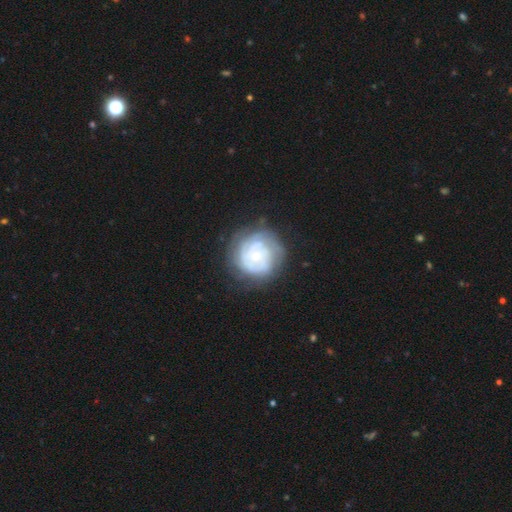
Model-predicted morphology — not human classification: Overall: featured or disk (67%). Edge-on disk: no (98%). Bar: no (77%). Spiral arms: yes (77%). Spiral arm count: can't tell (52%; 2 18%). Spiral winding: tight (71%). Bulge size: small (65%; moderate 25%). Merging: none (69%).